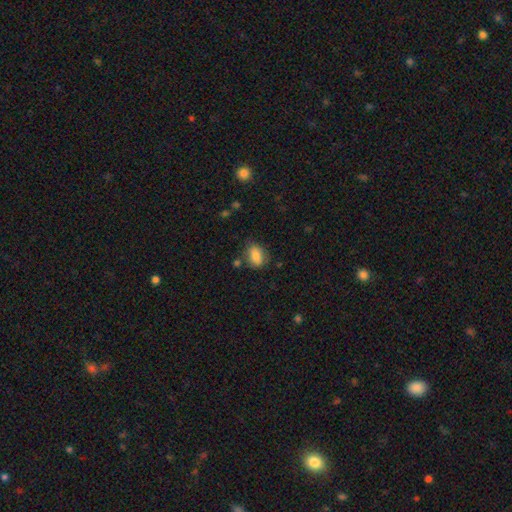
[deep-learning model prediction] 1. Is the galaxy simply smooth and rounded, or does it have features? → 83% smooth, 9% featured or disk, 8% star or artifact.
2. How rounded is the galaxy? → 75% in between, 24% round, 2% cigar-shaped.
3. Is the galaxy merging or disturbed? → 72% none, 18% minor disturbance, 5% major disturbance, 5% merger.